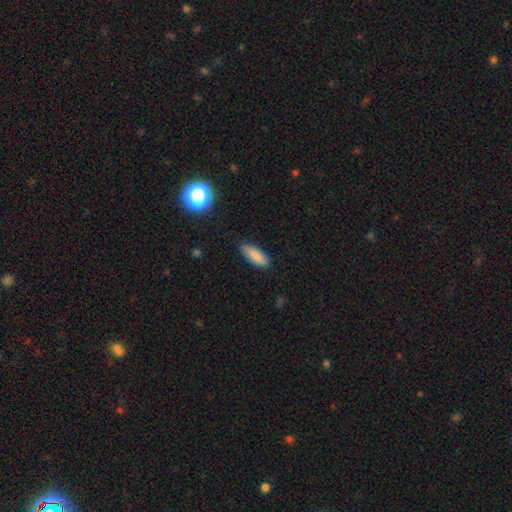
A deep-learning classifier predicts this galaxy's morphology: Smooth or featured: smooth — 85% (featured or disk — 8%)
How rounded: in between — 65% (cigar-shaped — 33%)
Merging: none — 83% (minor disturbance — 13%)